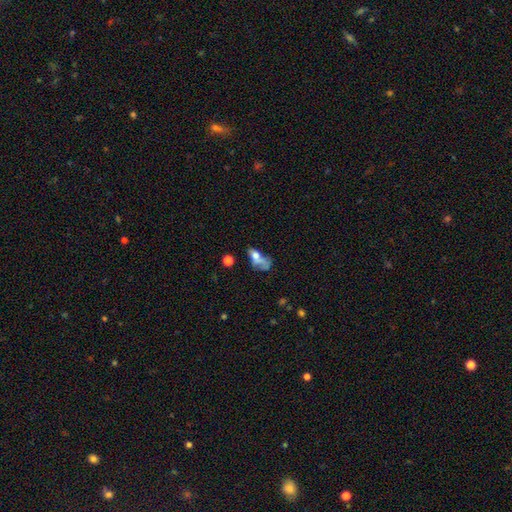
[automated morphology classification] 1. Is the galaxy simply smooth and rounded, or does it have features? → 57% smooth, 30% featured or disk, 13% star or artifact.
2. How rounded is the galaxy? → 75% in between, 14% round, 11% cigar-shaped.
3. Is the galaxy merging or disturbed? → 38% major disturbance, 24% merger, 20% none, 18% minor disturbance.